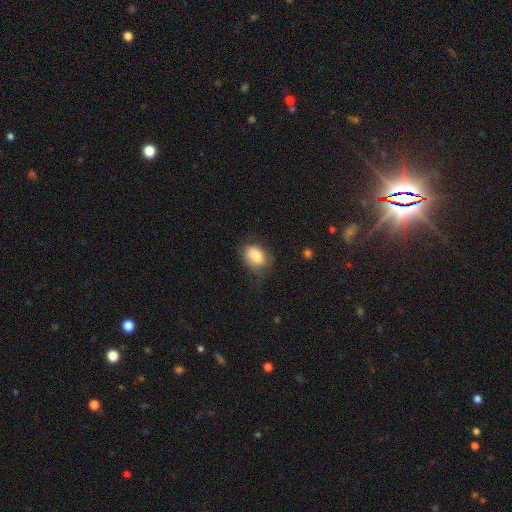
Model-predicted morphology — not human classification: Q: Smooth or featured?
A: smooth (82%); runner-up: featured or disk (11%)
Q: How rounded?
A: in between (79%); runner-up: round (20%)
Q: Merging?
A: none (56%); runner-up: minor disturbance (30%)